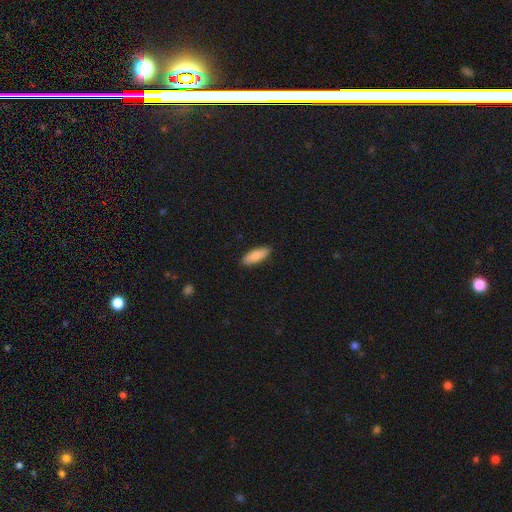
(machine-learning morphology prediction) The model was most divided on "how rounded": in between: 58%, cigar-shaped: 40%, round: 2%. More confident: merging — none (88%); smooth or featured — smooth (87%).